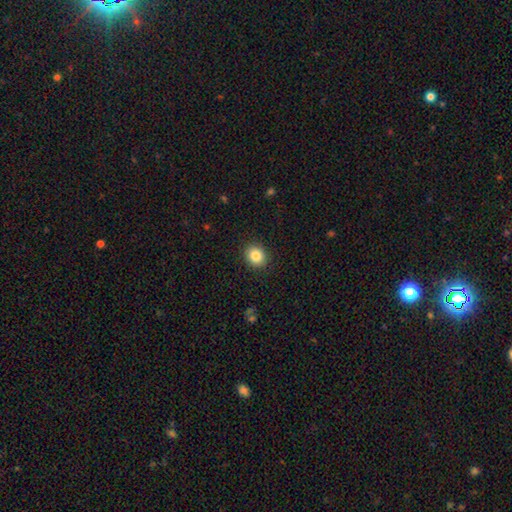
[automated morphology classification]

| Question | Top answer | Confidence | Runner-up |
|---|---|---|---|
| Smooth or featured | smooth | 85% | star or artifact (9%) |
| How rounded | round | 69% | in between (30%) |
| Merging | none | 90% | minor disturbance (7%) |